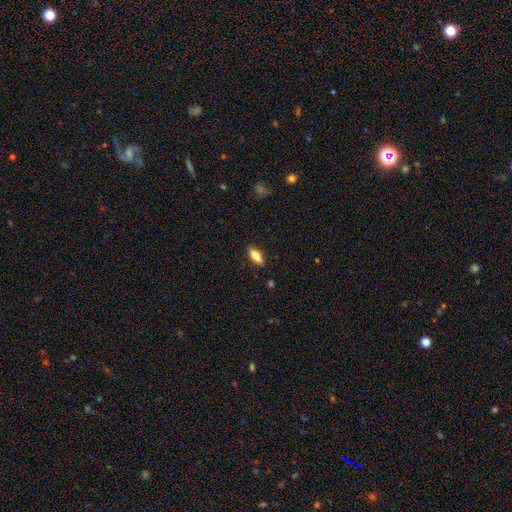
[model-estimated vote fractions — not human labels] This appears to be a smooth galaxy with no disk features (75%) that is in between round and cigar-shaped (80%). Merging: none (88%).